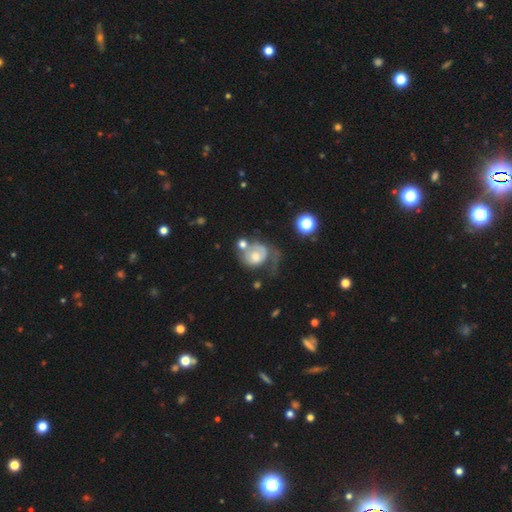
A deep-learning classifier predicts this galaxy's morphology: This appears to be a featured or disk galaxy (49%). Merging: major disturbance (39%).